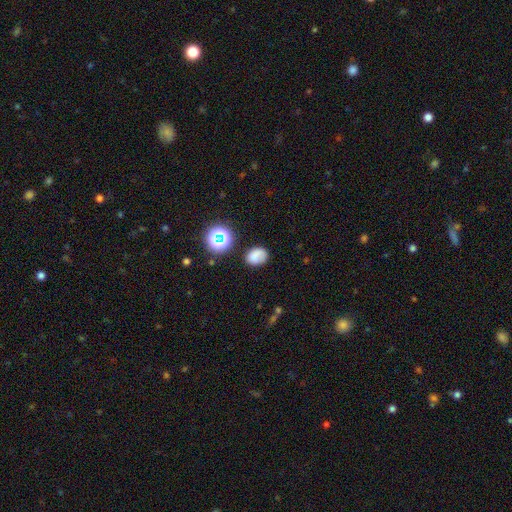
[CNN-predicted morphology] smooth_or_featured: smooth (p=0.73) [alt: star or artifact p=0.15]
how_rounded: in between (p=0.58) [alt: round p=0.41]
merging: none (p=0.71) [alt: minor disturbance p=0.19]